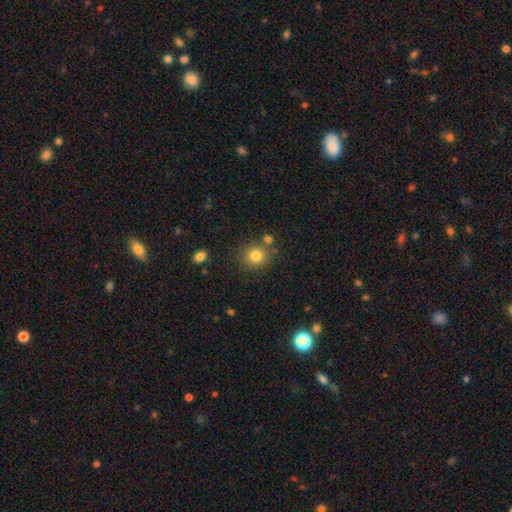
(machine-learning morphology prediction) A smooth galaxy with no disk features (81%) that is round (85%).

Vote fractions:
- Smooth or featured? smooth: 81% / star or artifact: 12% / featured or disk: 7%
- How rounded? round: 85% / in between: 14% / cigar-shaped: 1%
- Merging? none: 75% / merger: 11% / minor disturbance: 10% / major disturbance: 4%